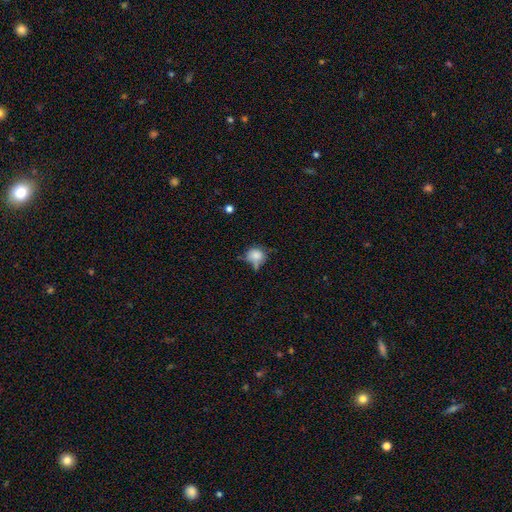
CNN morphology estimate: Overall: smooth (77%). How rounded: round (72%). Merging: none (44%; minor disturbance 30%).